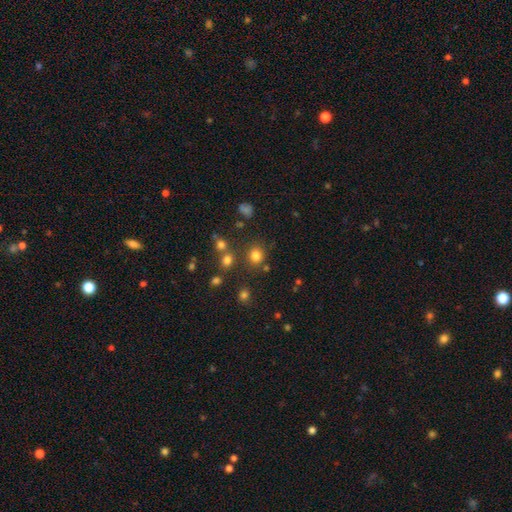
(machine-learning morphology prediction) Smooth or featured?
  - smooth: 78% *
  - star or artifact: 16%
  - featured or disk: 6%
How rounded?
  - round: 82% *
  - in between: 17%
  - cigar-shaped: 1%
Merging?
  - none: 77% *
  - minor disturbance: 10%
  - merger: 9%
  - major disturbance: 4%